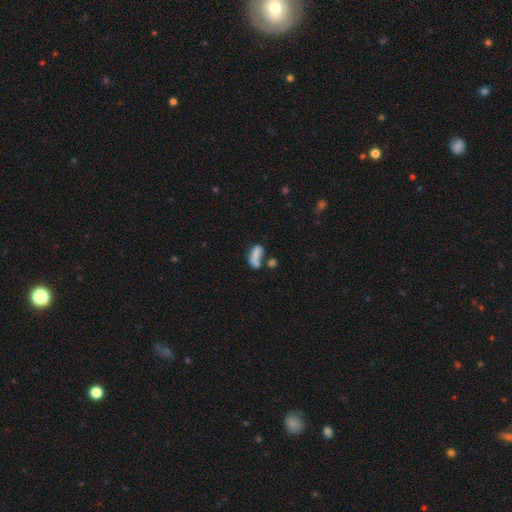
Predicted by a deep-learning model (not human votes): Smooth or featured?
  - smooth: 60% *
  - featured or disk: 28%
  - star or artifact: 12%
How rounded?
  - in between: 80% *
  - cigar-shaped: 13%
  - round: 7%
Merging?
  - merger: 47% *
  - none: 24%
  - major disturbance: 16%
  - minor disturbance: 14%